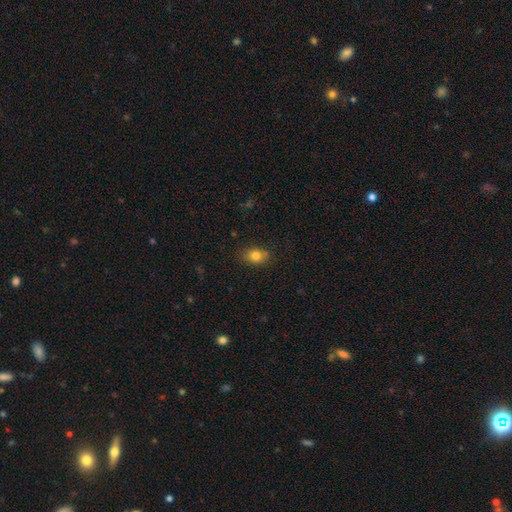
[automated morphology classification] Smooth or featured: smooth — 80% (star or artifact — 10%)
How rounded: in between — 71% (round — 27%)
Merging: none — 80% (minor disturbance — 15%)